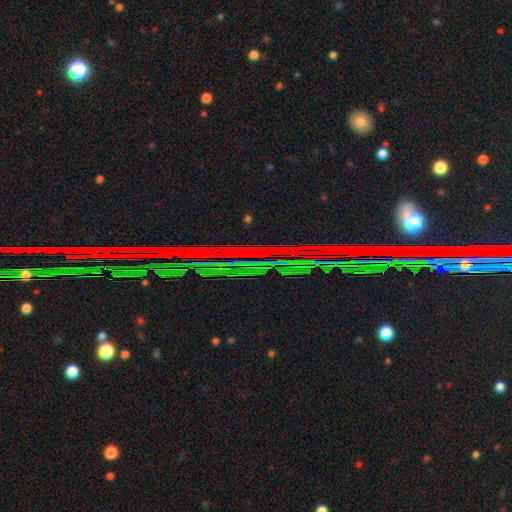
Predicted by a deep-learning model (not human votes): star or artifact 84%, featured or disk 9%, smooth 6%.